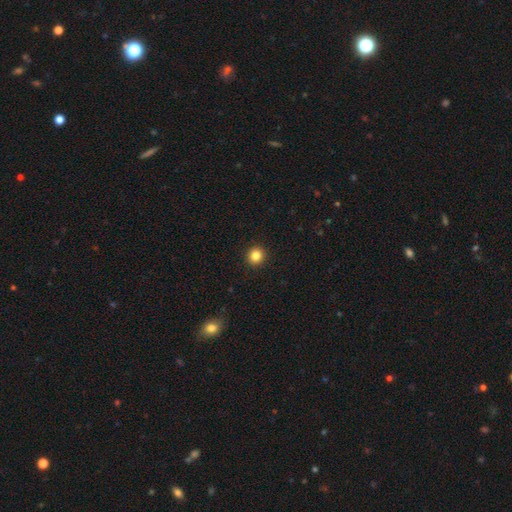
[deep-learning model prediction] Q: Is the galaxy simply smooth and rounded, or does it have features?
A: smooth — 84%.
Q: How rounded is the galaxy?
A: round — 93%.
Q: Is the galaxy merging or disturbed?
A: none — 93%.